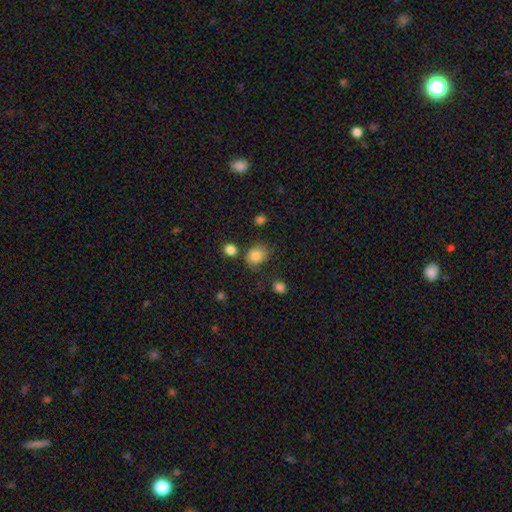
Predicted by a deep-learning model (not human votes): The model was most divided on "how rounded": round: 60%, in between: 39%, cigar-shaped: 1%. More confident: smooth or featured — smooth (84%); merging — none (67%).